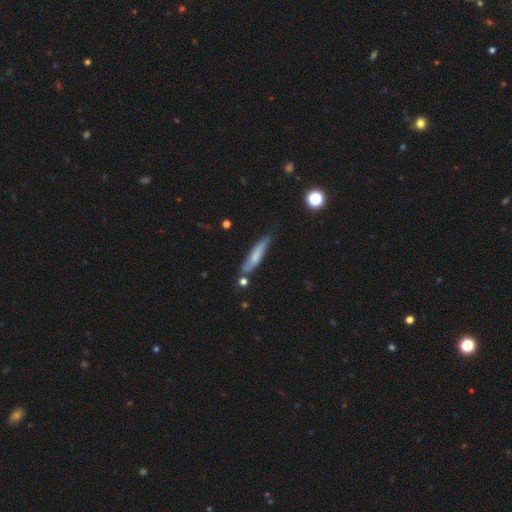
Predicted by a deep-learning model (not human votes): Smooth or featured?
  - smooth: 64% *
  - featured or disk: 30%
  - star or artifact: 7%
How rounded?
  - cigar-shaped: 84% *
  - in between: 14%
  - round: 2%
Merging?
  - none: 66% *
  - minor disturbance: 24%
  - merger: 6%
  - major disturbance: 4%